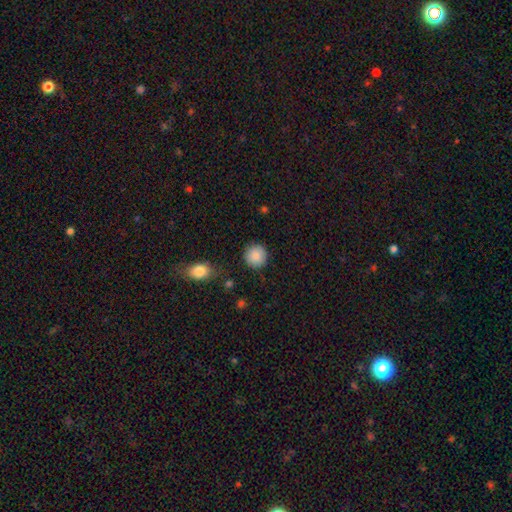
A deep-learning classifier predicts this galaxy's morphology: A smooth galaxy with no disk features (88%) that is round (93%). Merging: none (88%).